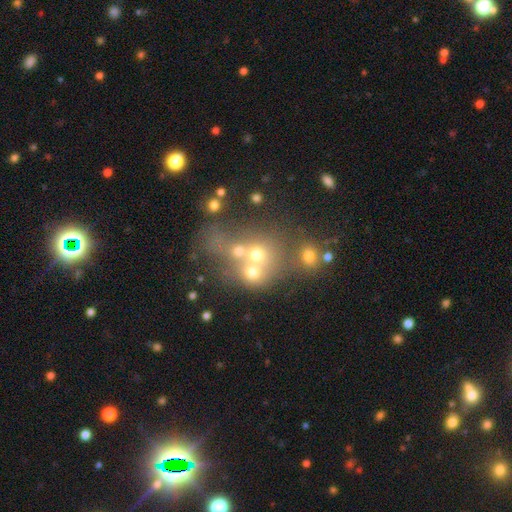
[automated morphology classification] Smooth or featured?
  - smooth: 54% *
  - star or artifact: 23%
  - featured or disk: 23%
How rounded?
  - round: 73% *
  - in between: 25%
  - cigar-shaped: 1%
Merging?
  - merger: 52% *
  - none: 32%
  - minor disturbance: 8%
  - major disturbance: 7%